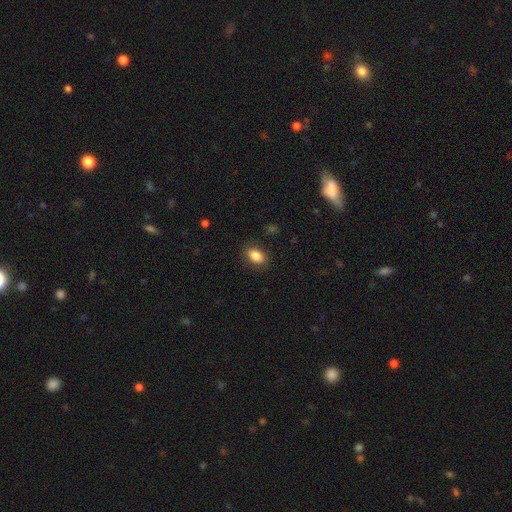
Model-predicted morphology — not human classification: Smooth or featured? Predicted: smooth (p=0.86). How rounded? Predicted: in between (p=0.85). Merging? Predicted: none (p=0.86).